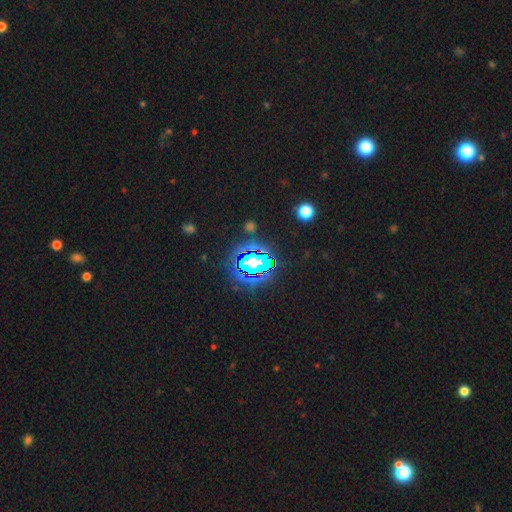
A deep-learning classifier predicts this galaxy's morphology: smooth_or_featured: star or artifact (p=0.80) [alt: smooth p=0.12]